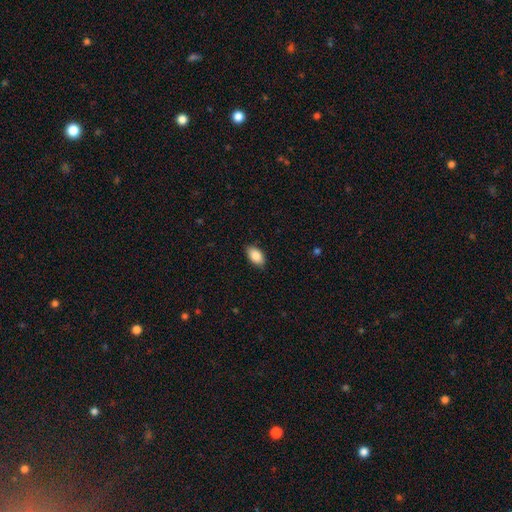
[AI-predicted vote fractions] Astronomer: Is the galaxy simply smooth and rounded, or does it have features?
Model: smooth — 87%.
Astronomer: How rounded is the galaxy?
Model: in between — 93%.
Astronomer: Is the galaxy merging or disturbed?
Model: none — 87%.